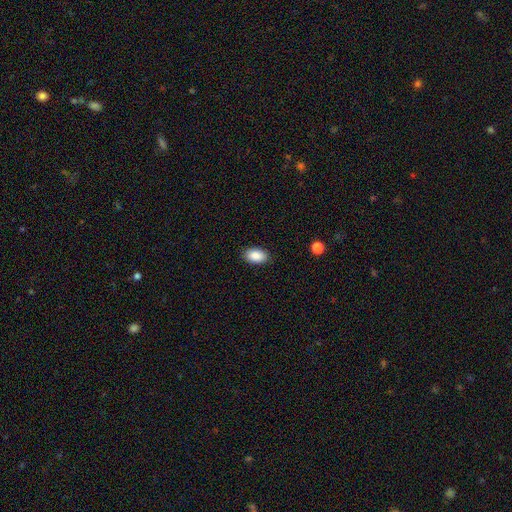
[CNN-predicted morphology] This appears to be a smooth galaxy with no disk features (88%) that is in between round and cigar-shaped (92%). Merging: none (87%).